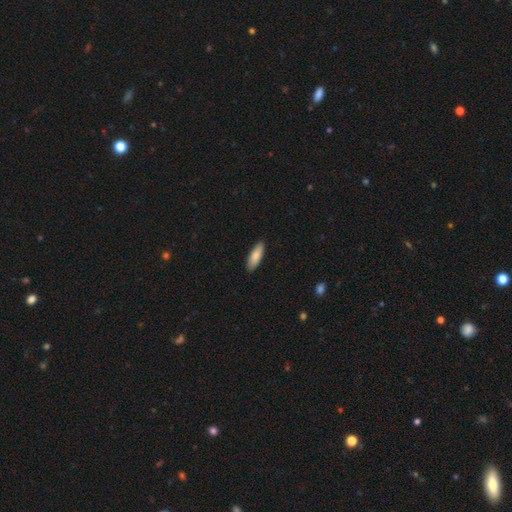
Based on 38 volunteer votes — A smooth galaxy with no disk features (92%) that is in between round and cigar-shaped (57%).

Vote fractions:
- Smooth or featured? smooth: 92% / featured or disk: 8% / star or artifact: 0%
- How rounded? in between: 57% / cigar-shaped: 40% / round: 3%
- Merging? none: 92% / minor disturbance: 8% / major disturbance: 0% / merger: 0%